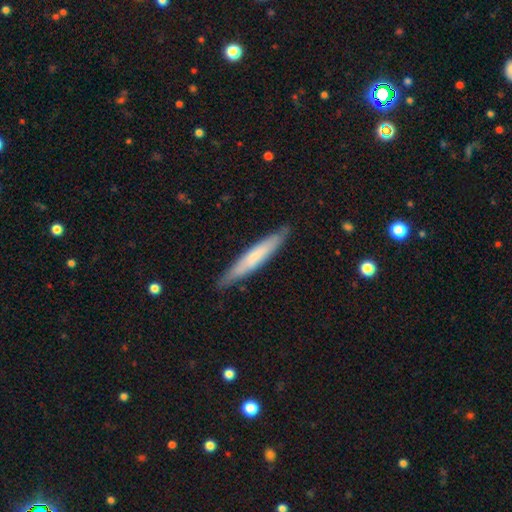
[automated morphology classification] Smooth or featured? smooth (60%)
How rounded? cigar-shaped (93%)
Merging? none (86%)